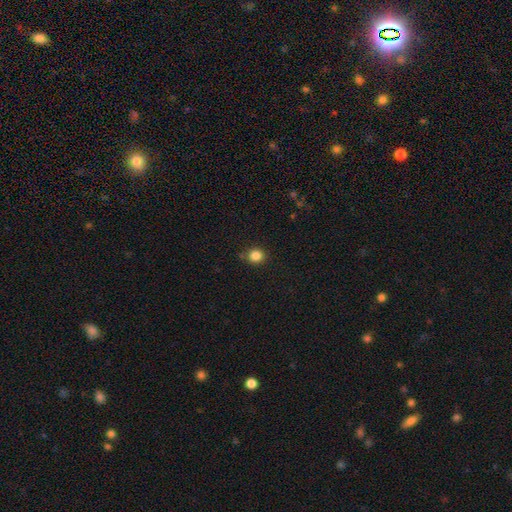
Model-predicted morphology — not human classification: Smooth or featured: smooth — 84% (star or artifact — 12%)
How rounded: round — 82% (in between — 17%)
Merging: none — 82% (minor disturbance — 13%)